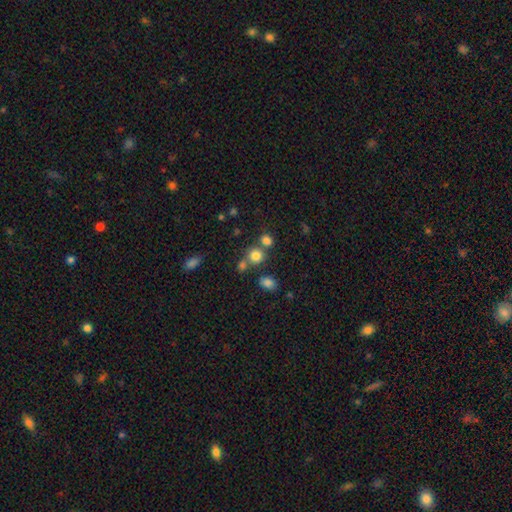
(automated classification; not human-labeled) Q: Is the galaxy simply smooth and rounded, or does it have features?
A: smooth — 79%.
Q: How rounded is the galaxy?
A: round — 83%.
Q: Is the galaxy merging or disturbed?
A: none — 62%.